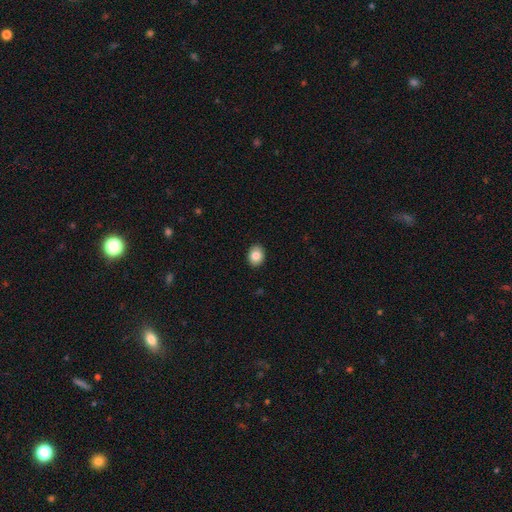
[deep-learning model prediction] Smooth or featured: smooth — 85% (star or artifact — 8%)
How rounded: in between — 57% (round — 42%)
Merging: none — 91% (minor disturbance — 7%)